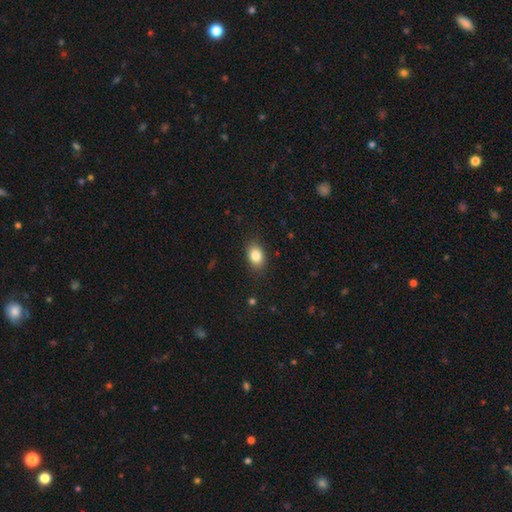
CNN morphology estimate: A smooth galaxy with no disk features (85%) that is in between round and cigar-shaped (79%). Merging: none (86%).